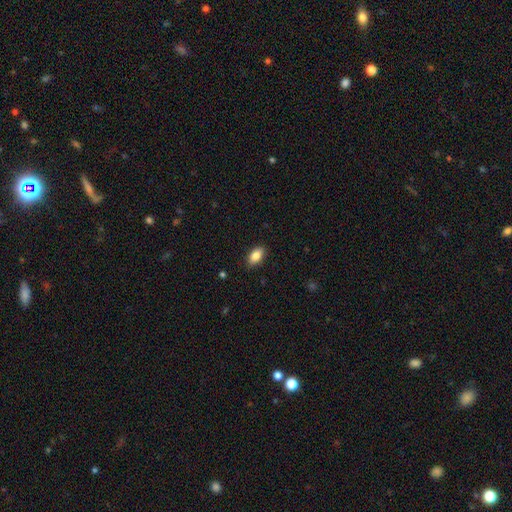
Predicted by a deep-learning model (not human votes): A smooth galaxy with no disk features (86%) that is in between round and cigar-shaped (92%). Merging: none (89%).